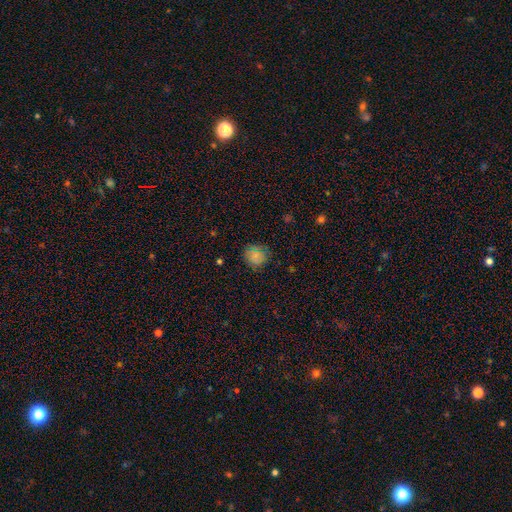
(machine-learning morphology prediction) smooth 78%, star or artifact 14%, featured or disk 8%. Down the decision tree: how rounded — round (87%); merging — none (81%).